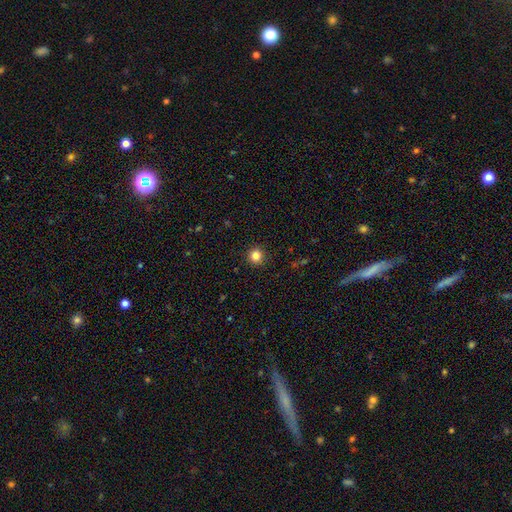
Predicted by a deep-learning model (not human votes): A smooth galaxy with no disk features (84%) that is round (93%). Merging: none (92%).